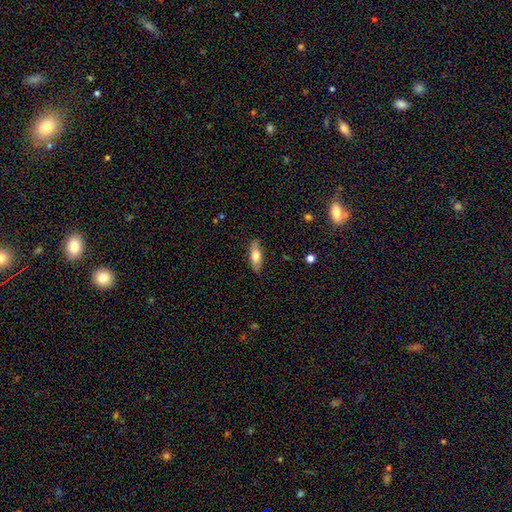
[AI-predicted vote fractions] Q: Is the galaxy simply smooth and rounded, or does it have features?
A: smooth — 68%.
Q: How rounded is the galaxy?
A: in between — 66%.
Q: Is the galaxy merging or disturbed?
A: none — 85%.